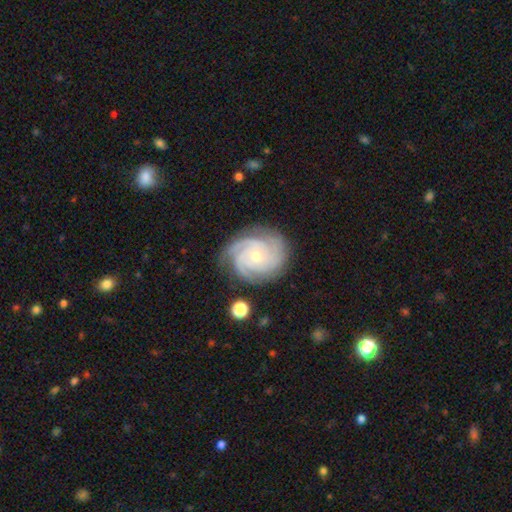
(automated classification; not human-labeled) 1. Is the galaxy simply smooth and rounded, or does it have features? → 89% featured or disk, 6% smooth, 5% star or artifact.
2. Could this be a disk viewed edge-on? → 98% no, 2% yes.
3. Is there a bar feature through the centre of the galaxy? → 77% no, 18% weak, 5% strong.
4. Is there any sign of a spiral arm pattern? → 98% yes, 2% no.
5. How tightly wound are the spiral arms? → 76% tight, 22% medium, 3% loose.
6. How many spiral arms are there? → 38% 3, 34% 4, 9% can't tell, 7% 2, 6% more than 4, 5% 1.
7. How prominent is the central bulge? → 73% small, 23% moderate, 1% none, 1% large, 1% dominant.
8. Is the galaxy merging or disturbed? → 80% none, 14% minor disturbance, 4% major disturbance, 1% merger.